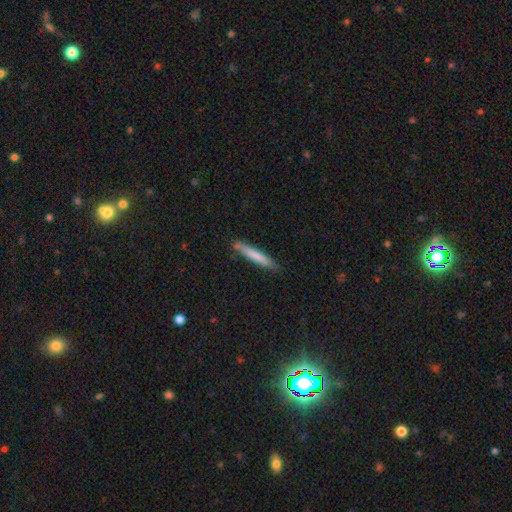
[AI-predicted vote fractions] A smooth galaxy with no disk features (73%) that is cigar-shaped (94%). Merging: none (81%).